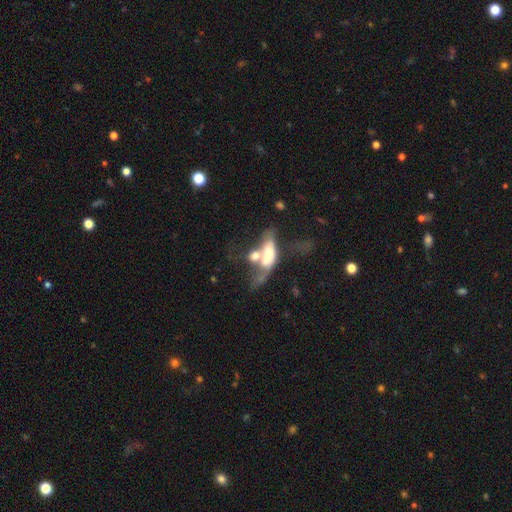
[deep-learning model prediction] Smooth or featured? Predicted: smooth (p=0.51). How rounded? Predicted: in between (p=0.74). Merging? Predicted: merger (p=0.58).